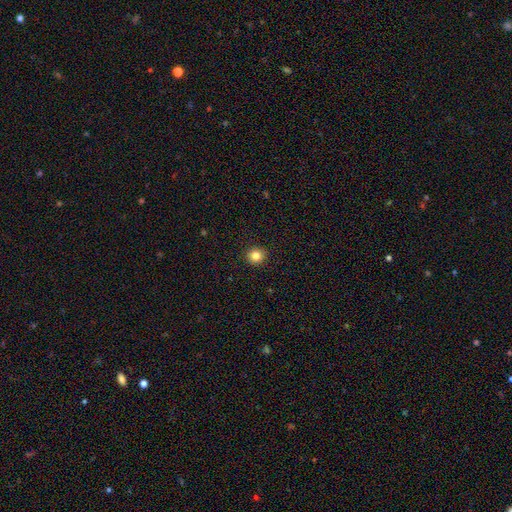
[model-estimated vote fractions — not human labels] This appears to be a smooth galaxy with no disk features (84%) that is round (89%). Merging: none (93%).